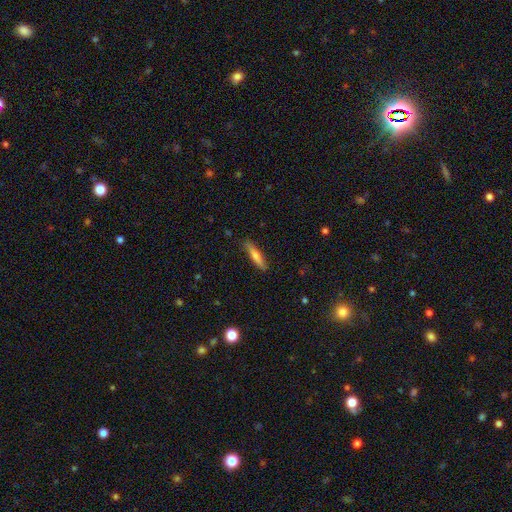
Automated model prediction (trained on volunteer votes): Morphology: type=smooth (72%); roundness=cigar-shaped (81%); merging=none (85%).